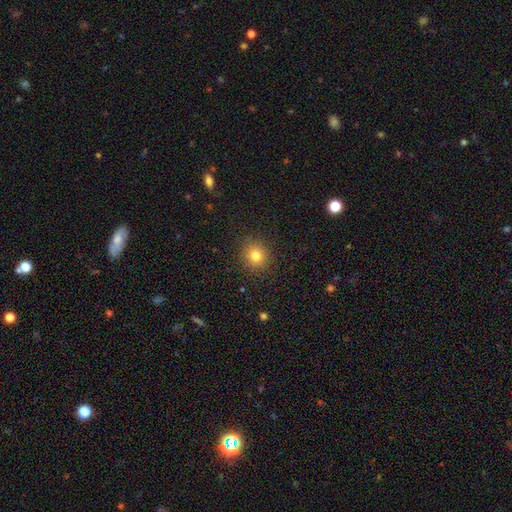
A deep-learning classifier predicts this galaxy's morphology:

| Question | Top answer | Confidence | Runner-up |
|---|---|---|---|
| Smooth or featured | smooth | 79% | star or artifact (13%) |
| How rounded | round | 87% | in between (12%) |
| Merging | none | 89% | minor disturbance (7%) |